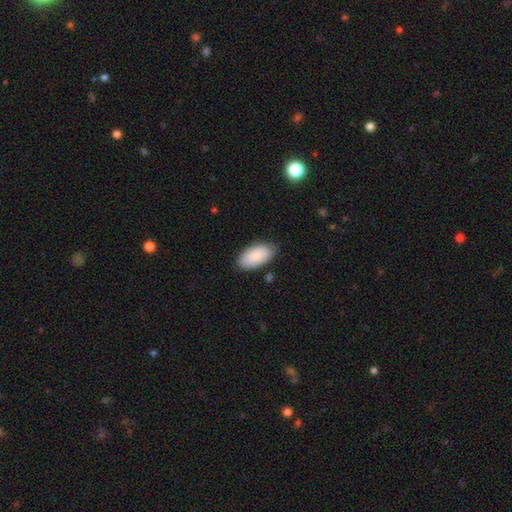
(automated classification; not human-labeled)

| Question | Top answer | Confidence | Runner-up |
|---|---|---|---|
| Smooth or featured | smooth | 86% | featured or disk (9%) |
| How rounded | in between | 95% | cigar-shaped (3%) |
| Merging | none | 81% | minor disturbance (15%) |